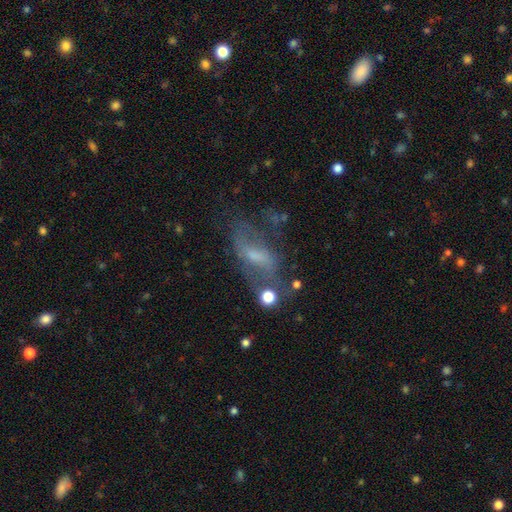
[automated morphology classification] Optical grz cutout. It shows a featured or disk galaxy (58%) with a weak bar (44%), spiral arms (61%) and a small central bulge (45%). Merging: none (44%).